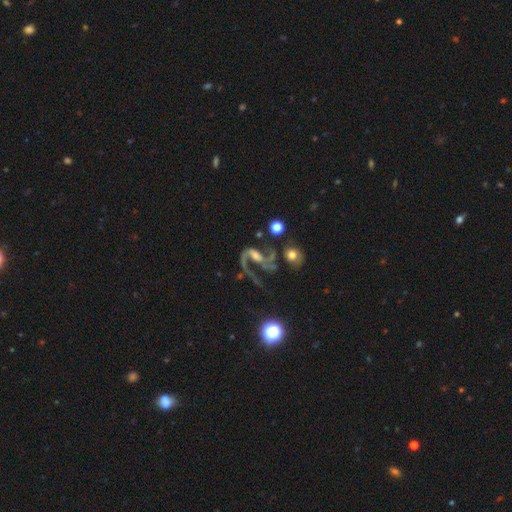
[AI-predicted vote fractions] This is likely a featured or disk galaxy (80%). It is clearly not viewed edge-on (96%). Bar: marginally weak (40%). Spiral arm pattern: clearly yes (90%). Spiral arm count: likely 2 (68%). Spiral winding: possibly loose (57%). Central bulge: marginally moderate (38%). Merging: marginally major disturbance (36%).